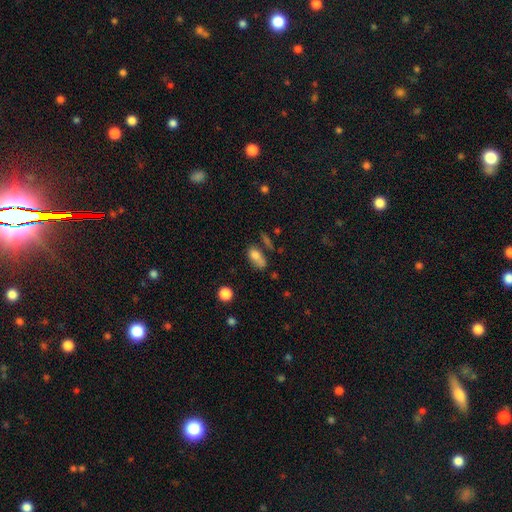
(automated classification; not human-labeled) Smooth or featured? Predicted: smooth (p=0.75). How rounded? Predicted: in between (p=0.80). Merging? Predicted: none (p=0.39).